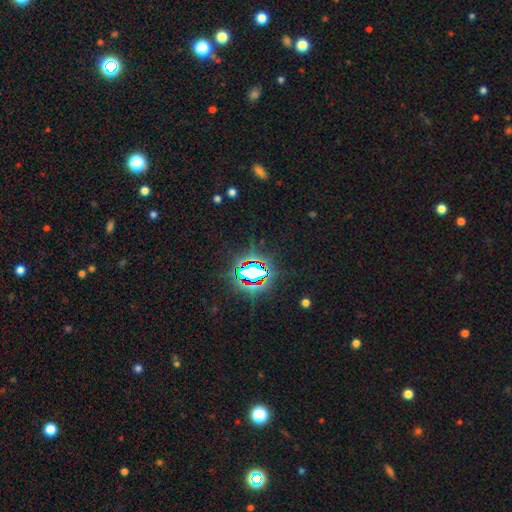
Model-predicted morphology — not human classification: Smooth or featured?
  - star or artifact: 83% *
  - smooth: 11%
  - featured or disk: 7%